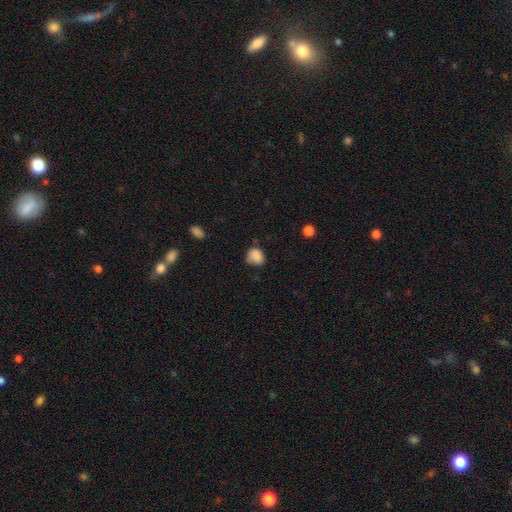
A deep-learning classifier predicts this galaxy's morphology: Smooth or featured? Predicted: smooth (p=0.85). How rounded? Predicted: round (p=0.61). Merging? Predicted: none (p=0.54).